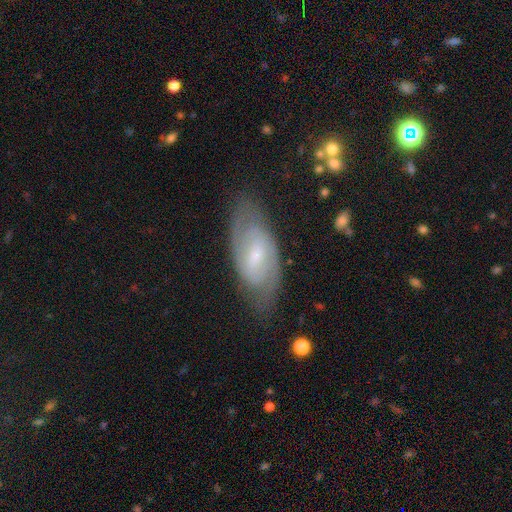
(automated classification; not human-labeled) Overall: featured or disk (74%). Edge-on disk: no (92%). Bar: weak (53%; strong 24%). Spiral arms: yes (88%). Spiral arm count: 2 (76%). Spiral winding: medium (45%; tight 39%). Bulge size: small (70%). Merging: none (77%).